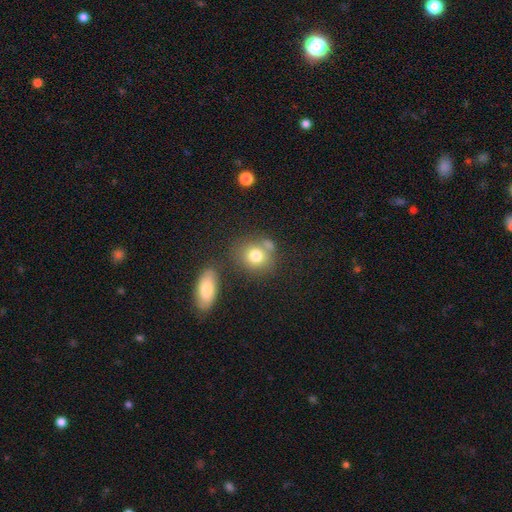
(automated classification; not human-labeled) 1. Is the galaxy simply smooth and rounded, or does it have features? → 78% smooth, 11% featured or disk, 10% star or artifact.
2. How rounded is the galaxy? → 71% round, 28% in between, 1% cigar-shaped.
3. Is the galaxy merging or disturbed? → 60% none, 20% merger, 14% minor disturbance, 5% major disturbance.